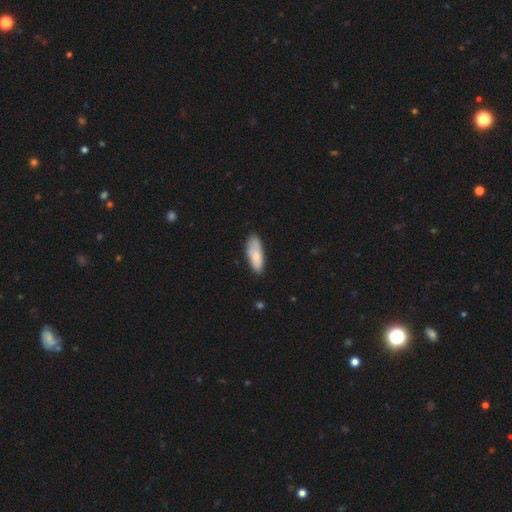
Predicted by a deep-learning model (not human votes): Smooth or featured?
  - smooth: 78% *
  - featured or disk: 16%
  - star or artifact: 6%
How rounded?
  - in between: 70% *
  - cigar-shaped: 29%
  - round: 2%
Merging?
  - none: 71% *
  - minor disturbance: 22%
  - major disturbance: 4%
  - merger: 2%